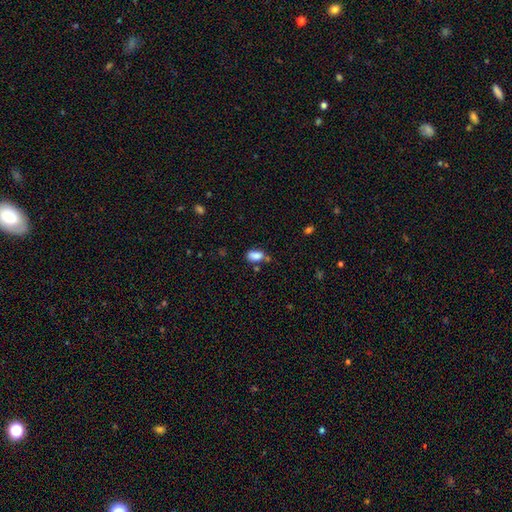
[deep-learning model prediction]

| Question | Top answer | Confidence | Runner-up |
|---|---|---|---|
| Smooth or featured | smooth | 85% | star or artifact (10%) |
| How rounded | in between | 89% | round (8%) |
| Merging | none | 59% | minor disturbance (22%) |